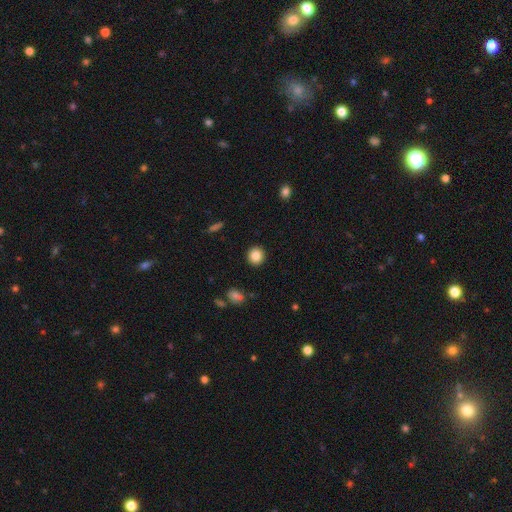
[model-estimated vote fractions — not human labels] The model was most divided on "smooth or featured": smooth: 85%, star or artifact: 9%, featured or disk: 6%. More confident: how rounded — round (92%); merging — none (92%).